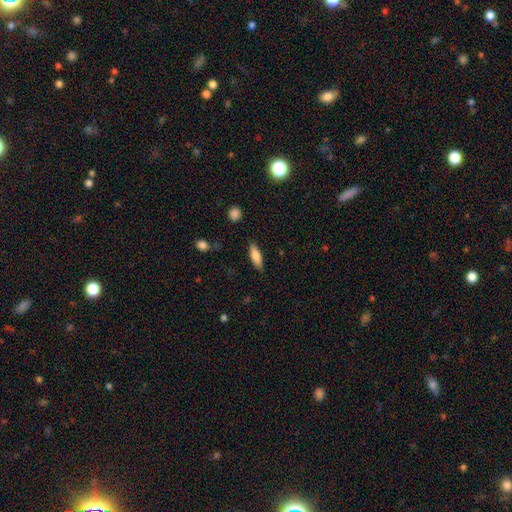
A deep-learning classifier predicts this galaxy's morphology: Q: Smooth or featured?
A: smooth (79%); runner-up: featured or disk (15%)
Q: How rounded?
A: in between (50%); runner-up: cigar-shaped (48%)
Q: Merging?
A: none (83%); runner-up: minor disturbance (12%)